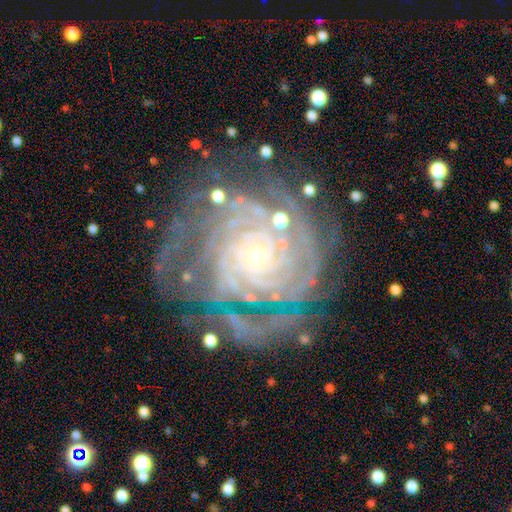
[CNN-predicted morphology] Smooth or featured? featured or disk (89%)
Edge-on disk? no (98%)
Bar? no (78%)
Spiral arms? yes (98%)
Spiral winding? tight (81%)
Spiral arm count? 4 (24%)
Bulge size? small (85%)
Merging? none (63%)